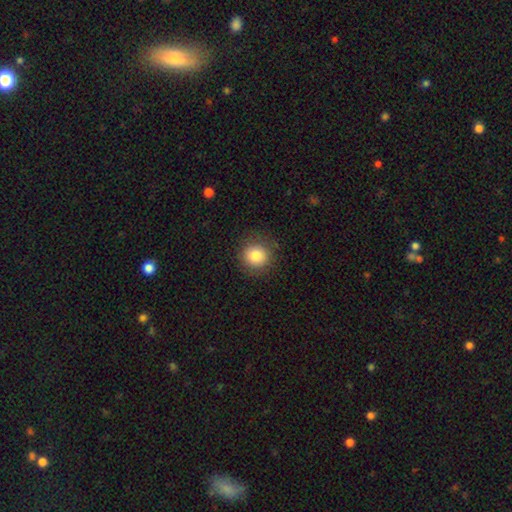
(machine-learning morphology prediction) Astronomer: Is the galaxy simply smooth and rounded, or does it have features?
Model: smooth — 82%.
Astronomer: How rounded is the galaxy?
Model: round — 91%.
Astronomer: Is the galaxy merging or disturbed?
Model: none — 87%.